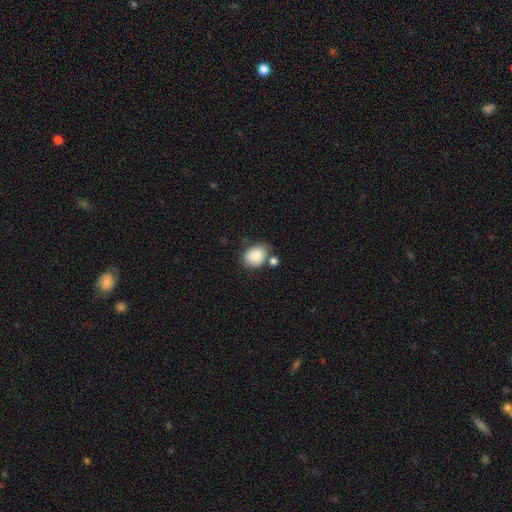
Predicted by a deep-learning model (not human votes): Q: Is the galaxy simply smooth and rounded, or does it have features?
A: smooth — 86%.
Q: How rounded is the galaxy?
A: in between — 65%.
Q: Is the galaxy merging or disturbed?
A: none — 61%.